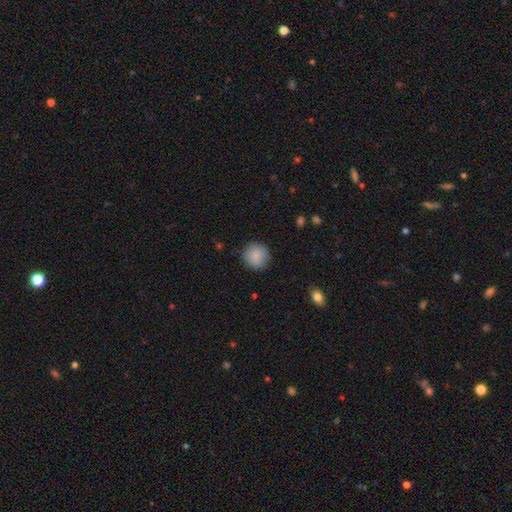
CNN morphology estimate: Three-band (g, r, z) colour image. It shows a smooth galaxy with no disk features (88%) that is round (92%). Merging: none (87%).